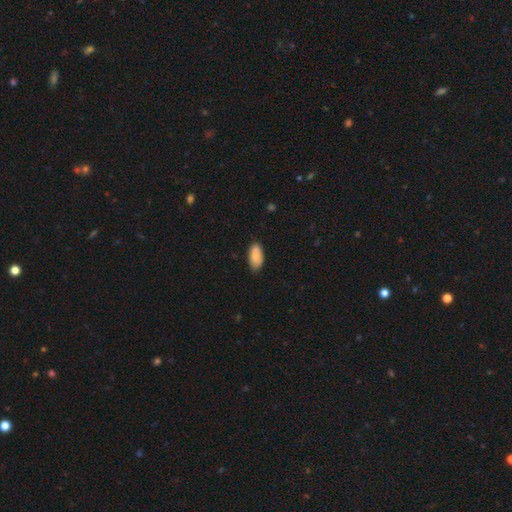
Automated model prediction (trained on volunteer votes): Smooth or featured: smooth — 83% (featured or disk — 11%)
How rounded: in between — 94% (cigar-shaped — 4%)
Merging: none — 79% (minor disturbance — 16%)